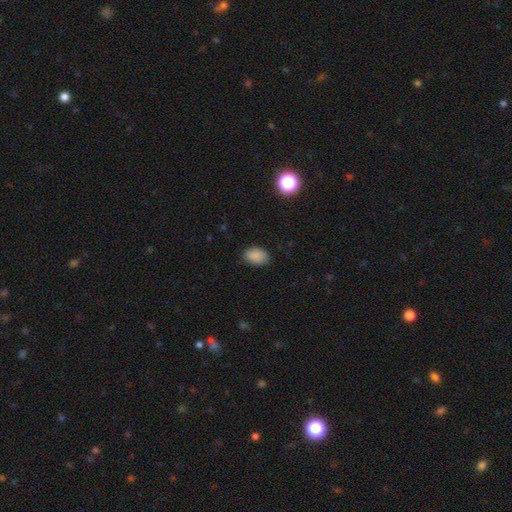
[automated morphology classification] A smooth galaxy with no disk features (88%) that is in between round and cigar-shaped (85%). Merging: none (83%).